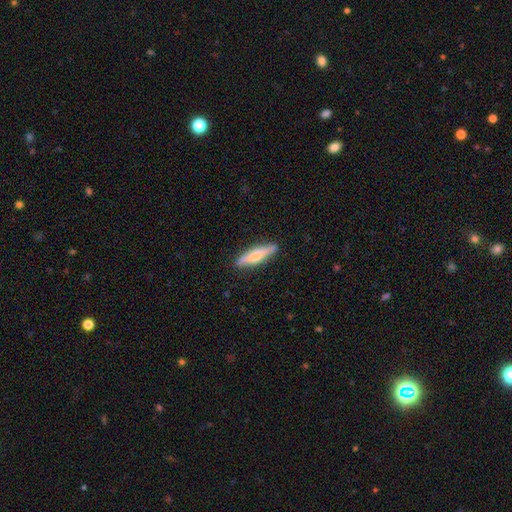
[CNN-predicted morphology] Smooth or featured? Predicted: smooth (p=0.62). How rounded? Predicted: cigar-shaped (p=0.77). Merging? Predicted: none (p=0.85).